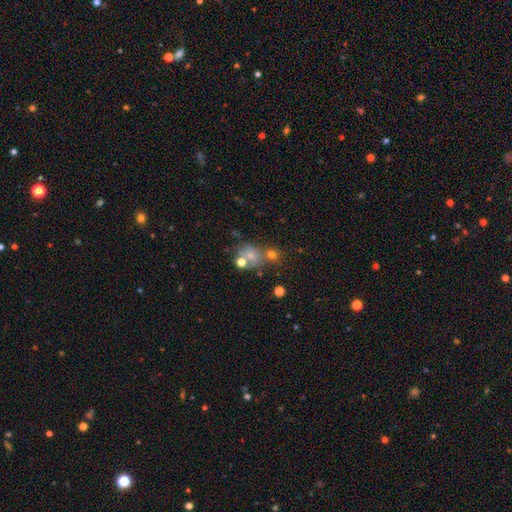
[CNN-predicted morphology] Smooth or featured: smooth — 46% (star or artifact — 35%)
Merging: none — 47% (merger — 35%)